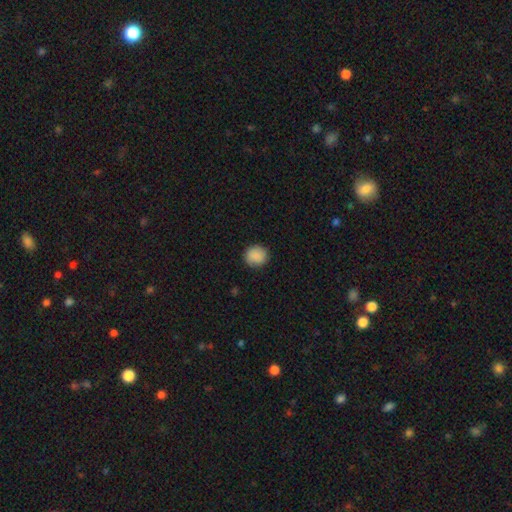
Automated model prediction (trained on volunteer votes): Q: Smooth or featured?
A: smooth (89%); runner-up: star or artifact (8%)
Q: How rounded?
A: round (83%); runner-up: in between (16%)
Q: Merging?
A: none (89%); runner-up: minor disturbance (8%)